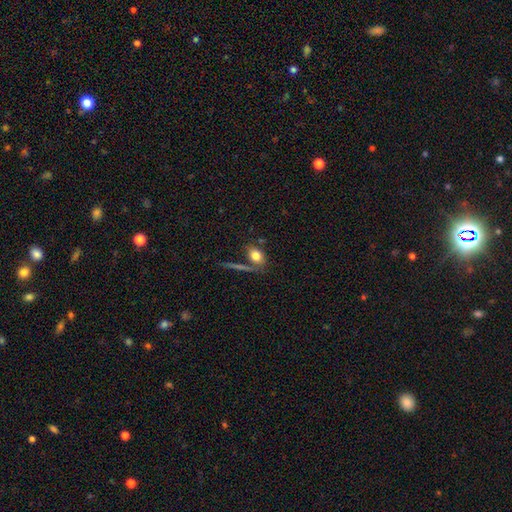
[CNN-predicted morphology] Smooth or featured?
  - smooth: 78% *
  - featured or disk: 13%
  - star or artifact: 9%
How rounded?
  - in between: 69% *
  - round: 27%
  - cigar-shaped: 4%
Merging?
  - none: 62% *
  - merger: 16%
  - minor disturbance: 15%
  - major disturbance: 8%